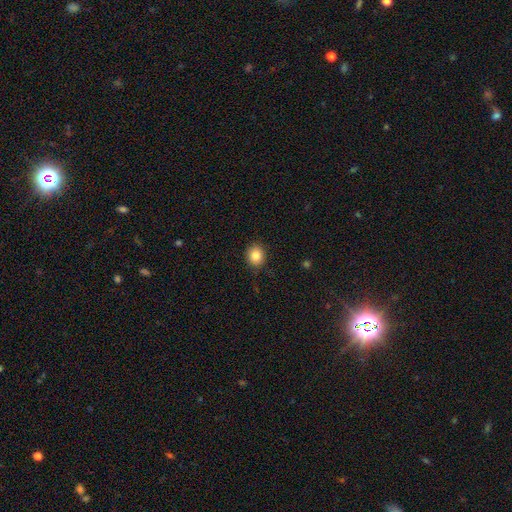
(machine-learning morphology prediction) smooth_or_featured: smooth (p=0.85) [alt: star or artifact p=0.10]
how_rounded: round (p=0.77) [alt: in between p=0.22]
merging: none (p=0.88) [alt: minor disturbance p=0.09]